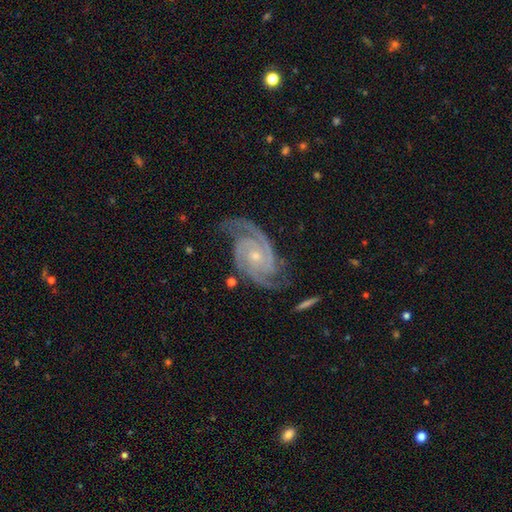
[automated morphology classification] smooth_or_featured: featured or disk (p=0.93) [alt: star or artifact p=0.05]
disk_edge_on: no (p=0.97) [alt: yes p=0.03]
bar: no (p=0.71) [alt: weak p=0.22]
has_spiral_arms: yes (p=0.99) [alt: no p=0.01]
spiral_winding: tight (p=0.59) [alt: medium p=0.36]
spiral_arm_count: 2 (p=0.58) [alt: 3 p=0.26]
bulge_size: small (p=0.69) [alt: moderate p=0.27]
merging: none (p=0.74) [alt: minor disturbance p=0.18]